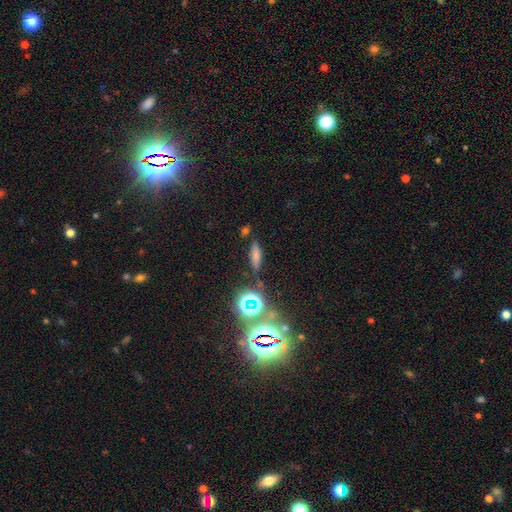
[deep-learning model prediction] smooth_or_featured: smooth (p=0.62) [alt: star or artifact p=0.22]
how_rounded: cigar-shaped (p=0.66) [alt: in between p=0.28]
merging: none (p=0.78) [alt: minor disturbance p=0.13]